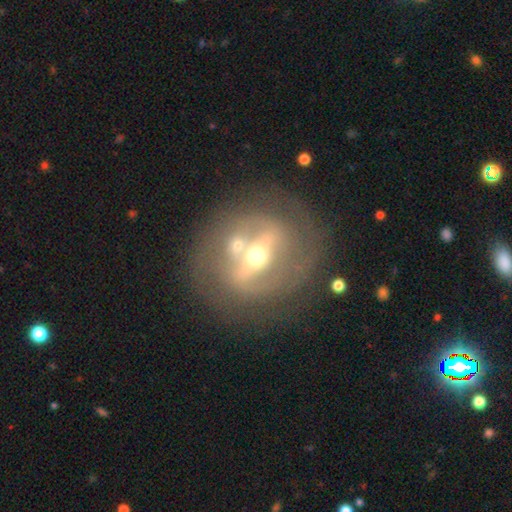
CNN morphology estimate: This is likely a featured or disk galaxy (76%). It is clearly not viewed edge-on (90%). Bar: possibly strong (56%). Spiral arm pattern: possibly no (53%). Central bulge: likely moderate (65%). Merging: likely none (70%).